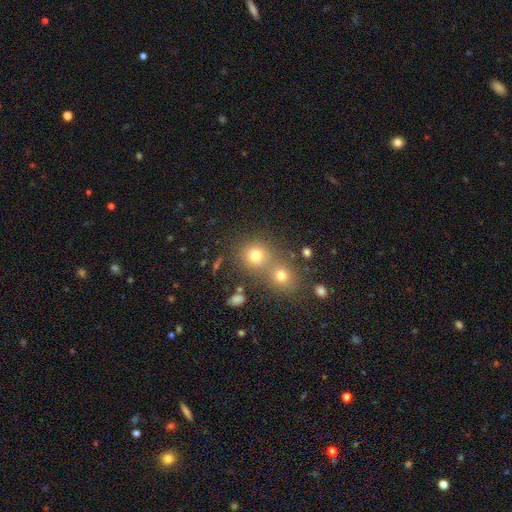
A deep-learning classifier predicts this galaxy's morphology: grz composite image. It shows a smooth galaxy with no disk features (74%) that is round (83%). Merging: none (54%).